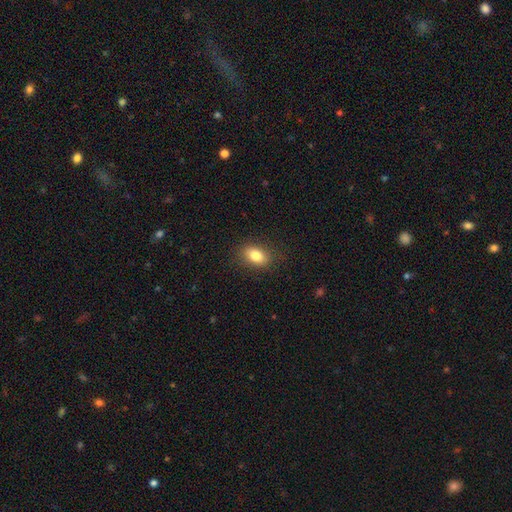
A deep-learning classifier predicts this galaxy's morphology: This appears to be a smooth galaxy with no disk features (82%) that is in between round and cigar-shaped (83%). Merging: none (85%).